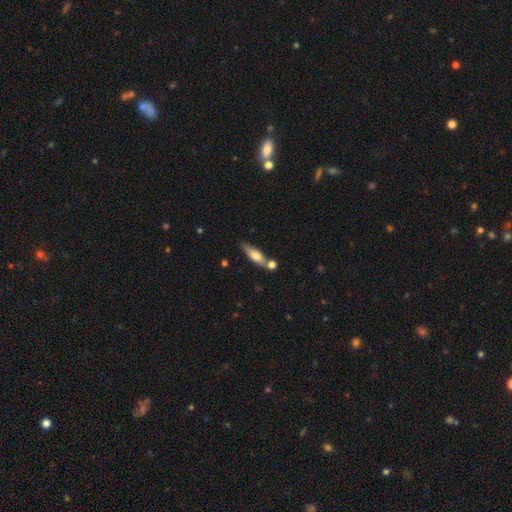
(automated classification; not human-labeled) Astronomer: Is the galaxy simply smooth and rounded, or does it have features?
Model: smooth — 55% (runner-up: featured or disk, 39%).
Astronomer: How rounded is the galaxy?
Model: cigar-shaped — 59% (runner-up: in between, 38%).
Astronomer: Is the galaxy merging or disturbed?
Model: none — 61%.